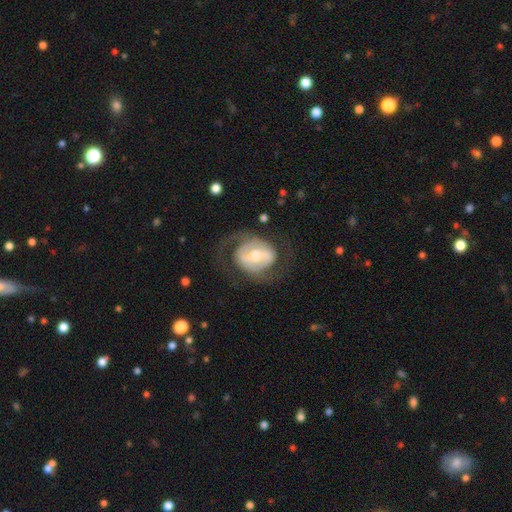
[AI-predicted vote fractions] Smooth or featured: featured or disk — 73% (smooth — 21%)
Edge-on disk: no — 96% (yes — 4%)
Bar: weak — 40% (no — 37%)
Spiral arms: yes — 72% (no — 28%)
Spiral winding: medium — 44% (tight — 28%)
Spiral arm count: 2 — 75% (can't tell — 13%)
Bulge size: moderate — 66% (small — 22%)
Merging: none — 61% (major disturbance — 21%)